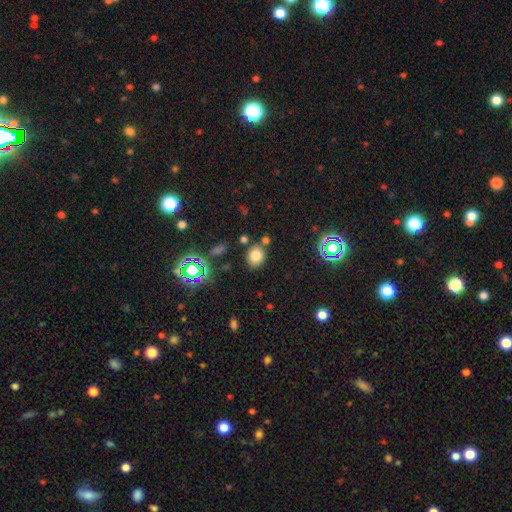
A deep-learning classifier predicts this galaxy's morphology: A smooth galaxy with no disk features (76%) that is round (54%).

Vote fractions:
- Smooth or featured? smooth: 76% / star or artifact: 16% / featured or disk: 8%
- How rounded? round: 54% / in between: 45% / cigar-shaped: 1%
- Merging? none: 77% / minor disturbance: 11% / merger: 9% / major disturbance: 3%